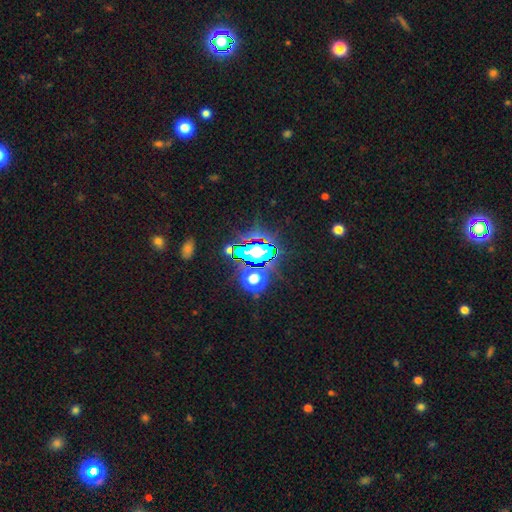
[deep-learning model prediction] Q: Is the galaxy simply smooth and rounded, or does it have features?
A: star or artifact — 74%.